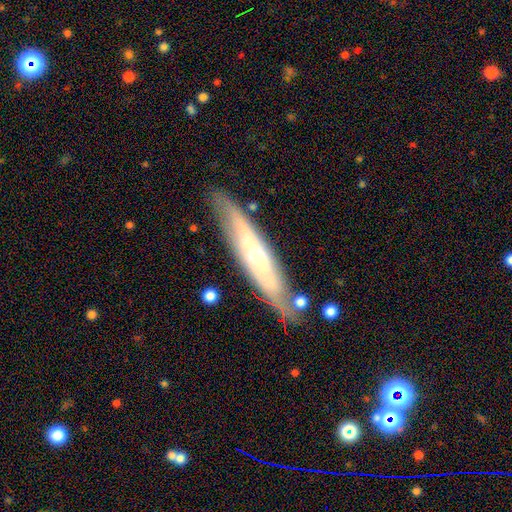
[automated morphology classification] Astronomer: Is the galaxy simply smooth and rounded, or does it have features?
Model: featured or disk — 64%.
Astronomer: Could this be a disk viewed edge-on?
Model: yes — 59% (runner-up: no, 41%).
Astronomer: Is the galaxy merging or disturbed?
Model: none — 79%.